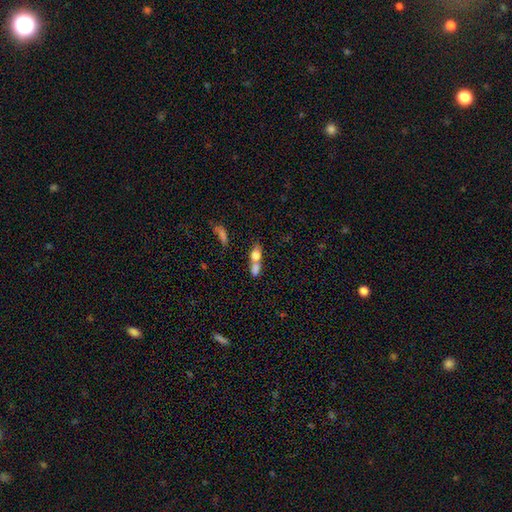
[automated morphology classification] Q: Smooth or featured?
A: smooth (72%); runner-up: featured or disk (18%)
Q: How rounded?
A: in between (63%); runner-up: round (23%)
Q: Merging?
A: merger (64%); runner-up: none (23%)